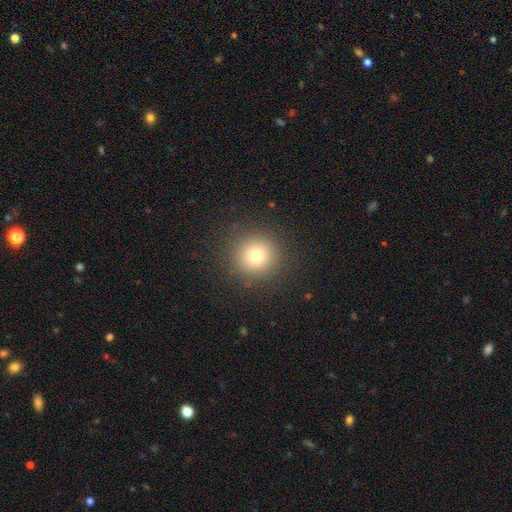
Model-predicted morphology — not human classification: A smooth galaxy with no disk features (74%) that is round (95%).

Vote fractions:
- Smooth or featured? smooth: 74% / star or artifact: 16% / featured or disk: 10%
- How rounded? round: 95% / in between: 4% / cigar-shaped: 1%
- Merging? none: 90% / minor disturbance: 6% / major disturbance: 3% / merger: 1%